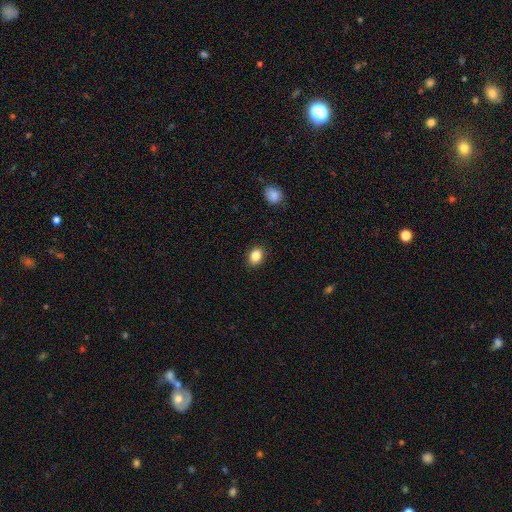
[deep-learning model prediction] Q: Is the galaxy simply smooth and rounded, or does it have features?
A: smooth — 86%.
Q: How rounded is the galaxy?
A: in between — 62%.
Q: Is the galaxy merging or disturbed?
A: none — 88%.